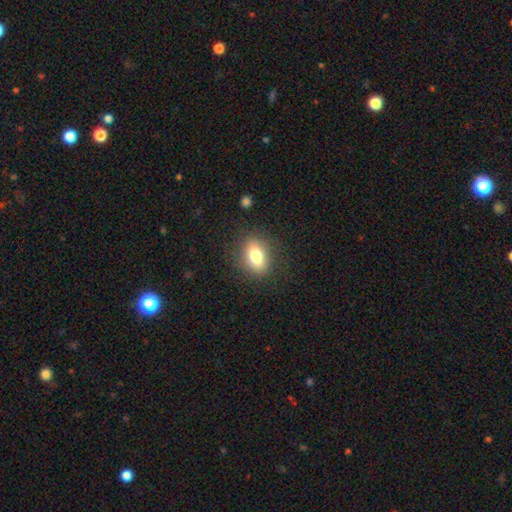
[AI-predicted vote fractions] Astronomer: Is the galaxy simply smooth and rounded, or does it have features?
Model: smooth — 78%.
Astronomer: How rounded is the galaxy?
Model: in between — 77%.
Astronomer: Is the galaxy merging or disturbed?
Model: none — 83%.